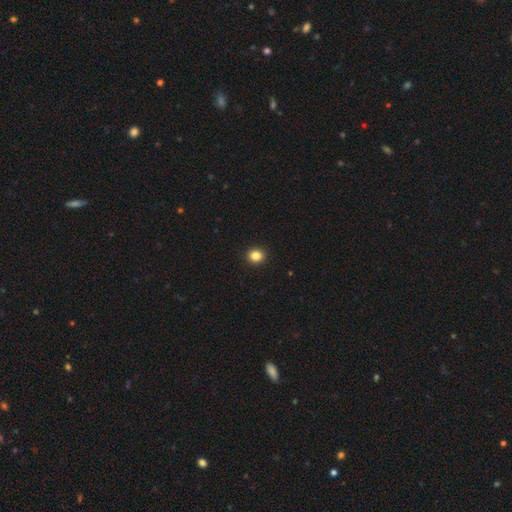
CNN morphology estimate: This is clearly a smooth galaxy (85%). How rounded: likely round (75%). Merging: clearly none (93%).